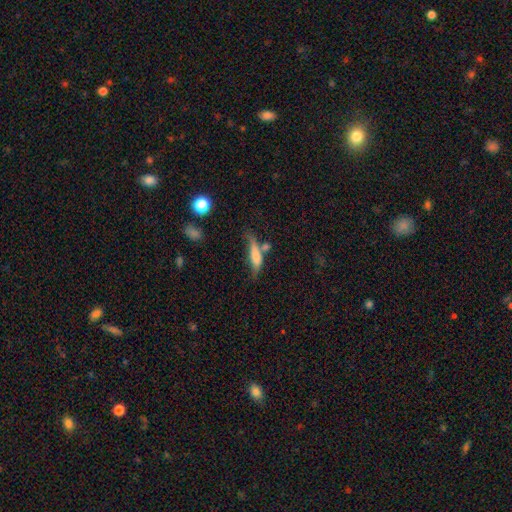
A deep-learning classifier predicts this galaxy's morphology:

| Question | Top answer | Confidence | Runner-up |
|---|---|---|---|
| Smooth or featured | smooth | 64% | featured or disk (28%) |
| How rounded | cigar-shaped | 69% | in between (29%) |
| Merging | none | 42% | minor disturbance (24%) |